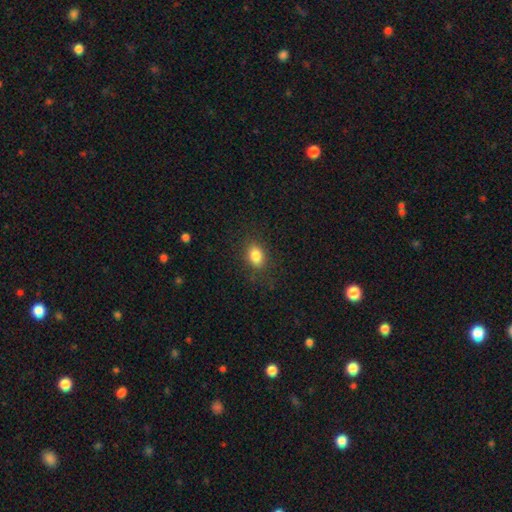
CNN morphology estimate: smooth-or-featured: smooth: 84% | star or artifact: 10% | featured or disk: 6%
  how-rounded: in between: 74% | round: 25% | cigar-shaped: 2%
  merging: none: 84% | minor disturbance: 11% | major disturbance: 4% | merger: 1%